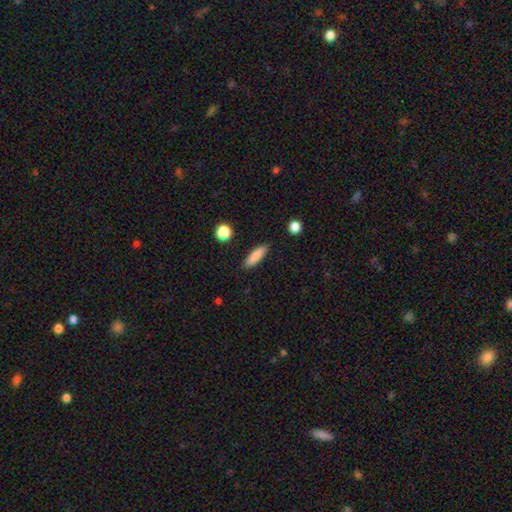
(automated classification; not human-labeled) This is clearly a smooth galaxy (86%). How rounded: likely cigar-shaped (62%). Merging: clearly none (88%).